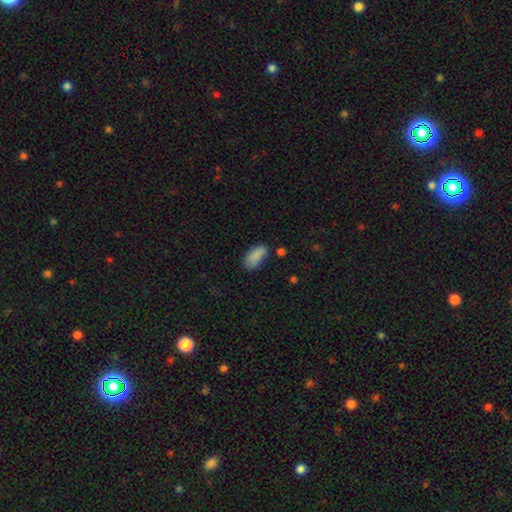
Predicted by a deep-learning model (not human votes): smooth-or-featured: smooth: 88% | star or artifact: 8% | featured or disk: 5%
  how-rounded: in between: 89% | cigar-shaped: 8% | round: 2%
  merging: none: 68% | minor disturbance: 23% | major disturbance: 5% | merger: 4%